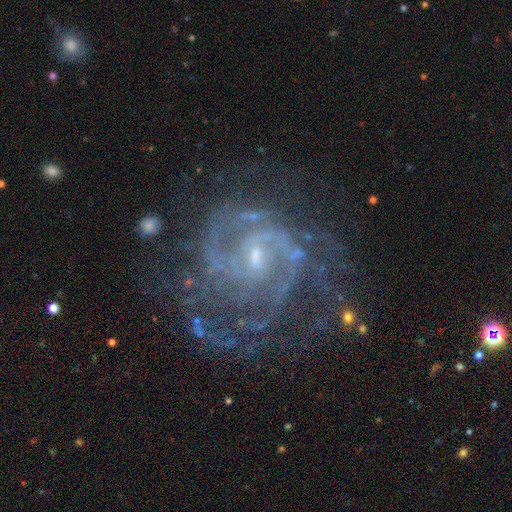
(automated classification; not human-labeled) Overall: featured or disk (89%). Edge-on disk: no (98%). Bar: weak (45%; no 42%). Spiral arms: yes (97%). Spiral arm count: 2 (41%; 3 20%). Spiral winding: tight (53%; medium 40%). Bulge size: small (77%). Merging: none (65%).